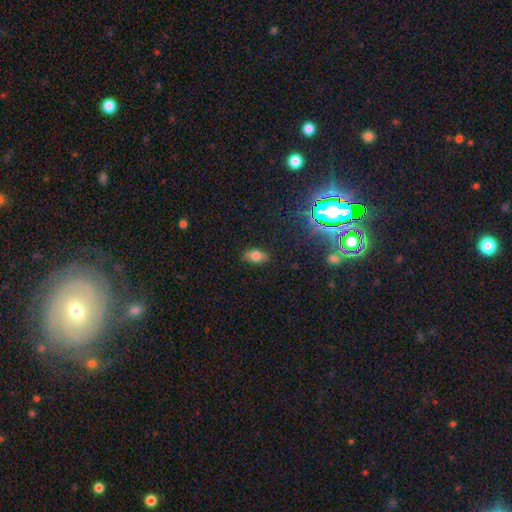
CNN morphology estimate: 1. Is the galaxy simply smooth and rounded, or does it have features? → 71% smooth, 15% star or artifact, 14% featured or disk.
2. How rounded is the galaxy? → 86% in between, 10% round, 4% cigar-shaped.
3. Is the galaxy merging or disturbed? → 81% none, 15% minor disturbance, 3% major disturbance, 1% merger.